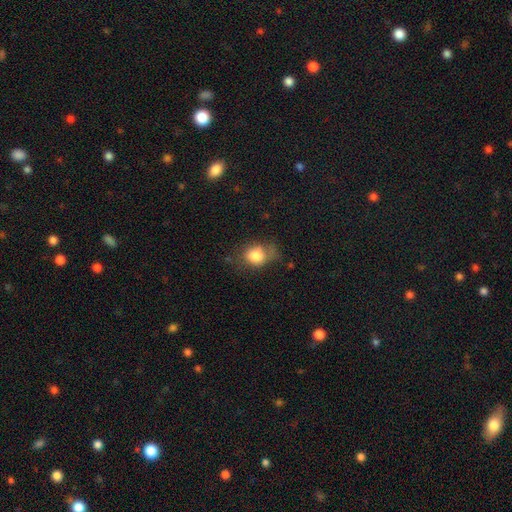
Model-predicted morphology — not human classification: This is likely a smooth galaxy (79%). How rounded: possibly round (57%). Merging: possibly none (46%).